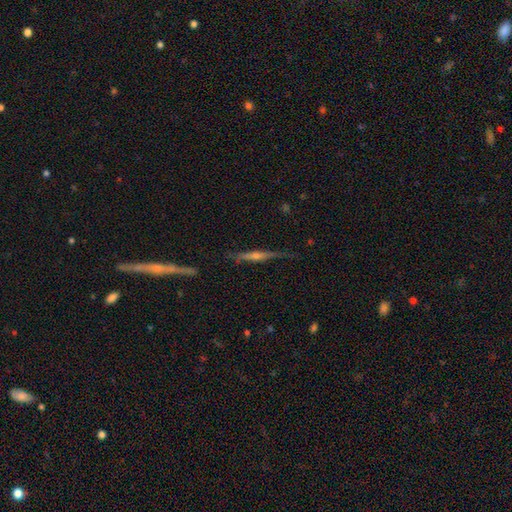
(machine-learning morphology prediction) This appears to be a featured or disk galaxy (73%) viewed edge-on (96%) with a rounded central bulge (72%). Merging: none (78%).